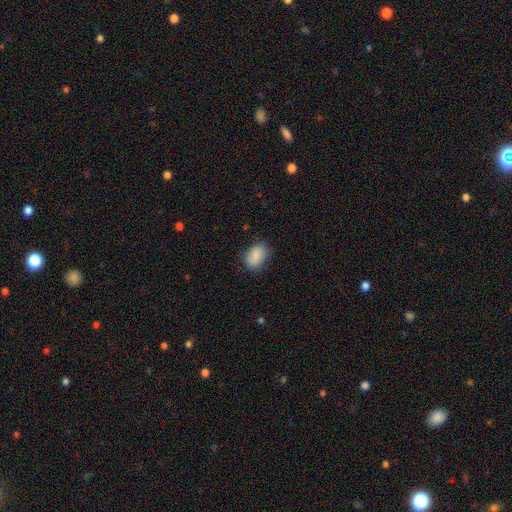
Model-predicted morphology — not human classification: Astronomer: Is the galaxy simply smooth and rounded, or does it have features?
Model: smooth — 85%.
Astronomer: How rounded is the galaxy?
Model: in between — 83%.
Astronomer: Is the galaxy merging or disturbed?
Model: none — 76%.